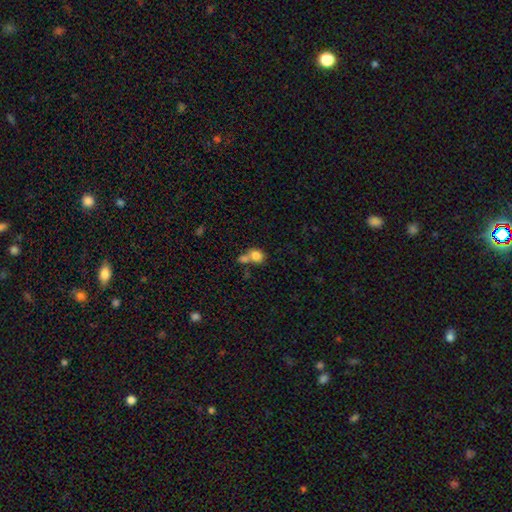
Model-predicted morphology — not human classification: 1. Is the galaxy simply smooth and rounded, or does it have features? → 78% smooth, 12% featured or disk, 10% star or artifact.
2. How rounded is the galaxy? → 66% round, 32% in between, 1% cigar-shaped.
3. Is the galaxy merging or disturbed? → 52% merger, 34% none, 10% minor disturbance, 5% major disturbance.